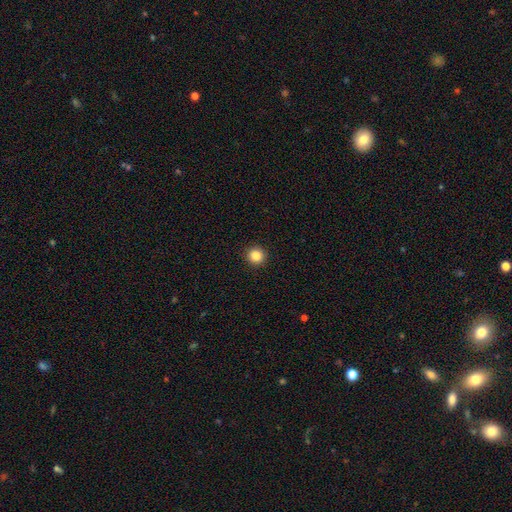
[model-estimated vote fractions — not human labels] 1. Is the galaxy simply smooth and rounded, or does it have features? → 86% smooth, 10% star or artifact, 4% featured or disk.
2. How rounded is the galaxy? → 94% round, 5% in between, 1% cigar-shaped.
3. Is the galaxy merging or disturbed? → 93% none, 5% minor disturbance, 2% major disturbance, 1% merger.